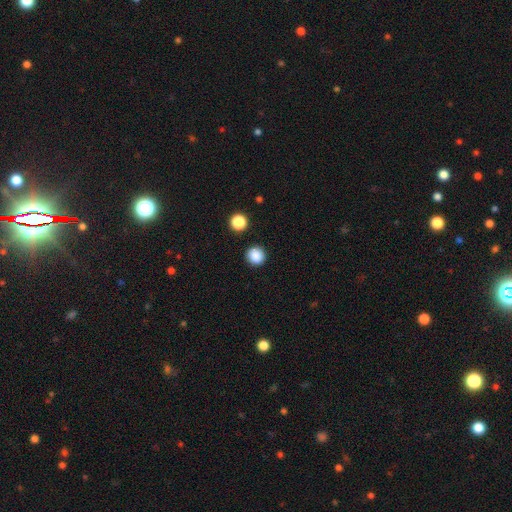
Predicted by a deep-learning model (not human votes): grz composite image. It shows a smooth galaxy with no disk features (87%) that is round (91%). Merging: none (90%).